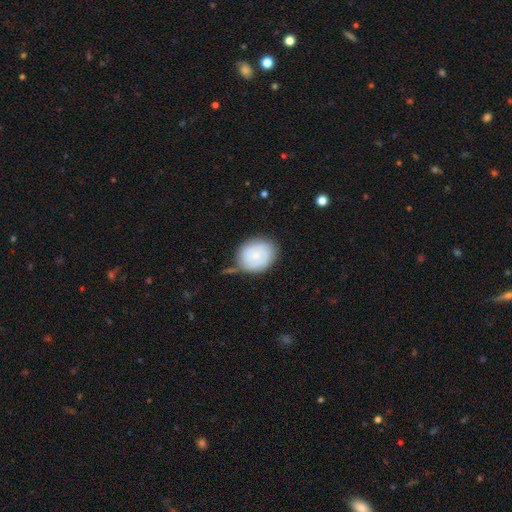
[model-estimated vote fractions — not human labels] smooth_or_featured: featured or disk (p=0.46) [tied with: smooth p=0.46]
merging: none (p=0.60) [alt: minor disturbance p=0.26]